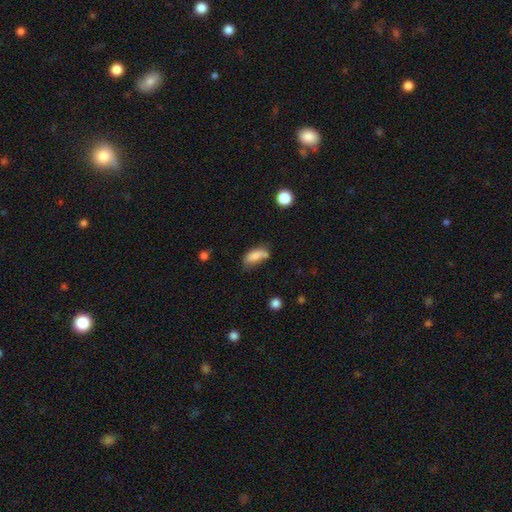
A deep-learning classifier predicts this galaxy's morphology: This appears to be a smooth galaxy with no disk features (78%) that is in between round and cigar-shaped (81%). Merging: none (40%).